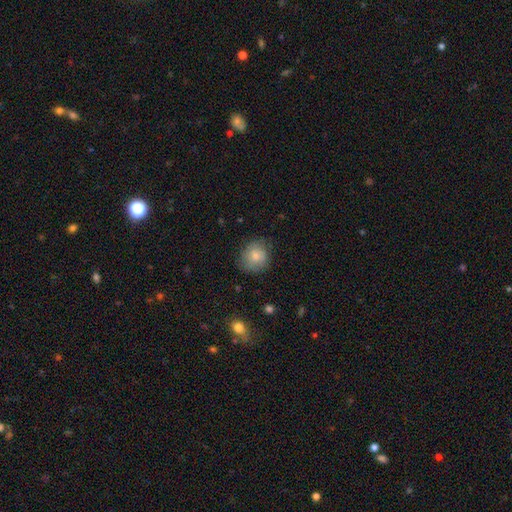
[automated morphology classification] smooth_or_featured: smooth (p=0.79) [alt: featured or disk p=0.13]
how_rounded: round (p=0.74) [alt: in between p=0.25]
merging: none (p=0.73) [alt: minor disturbance p=0.21]